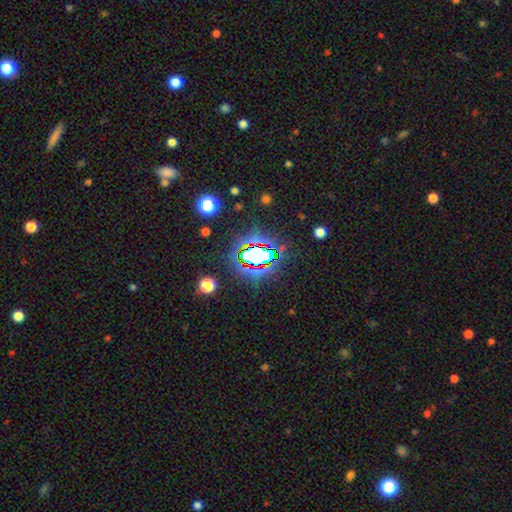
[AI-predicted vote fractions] star or artifact 66%, smooth 21%, featured or disk 13%.